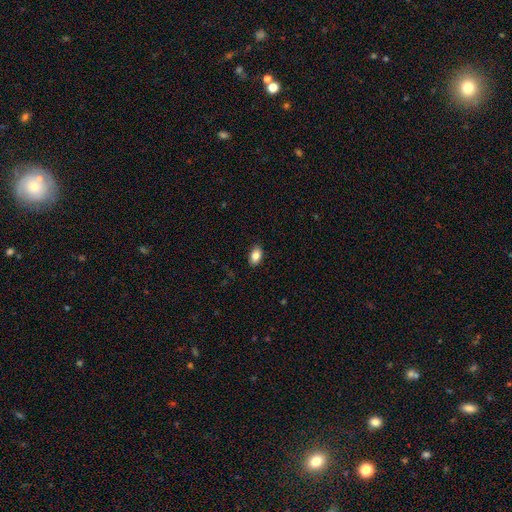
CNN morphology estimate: This is clearly a smooth galaxy (86%). How rounded: clearly in between (90%). Merging: clearly none (88%).